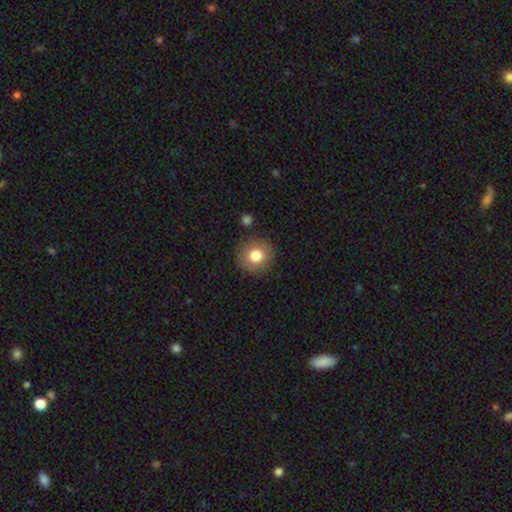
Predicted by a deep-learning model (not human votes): This appears to be a smooth galaxy with no disk features (78%) that is round (91%). Merging: none (87%).